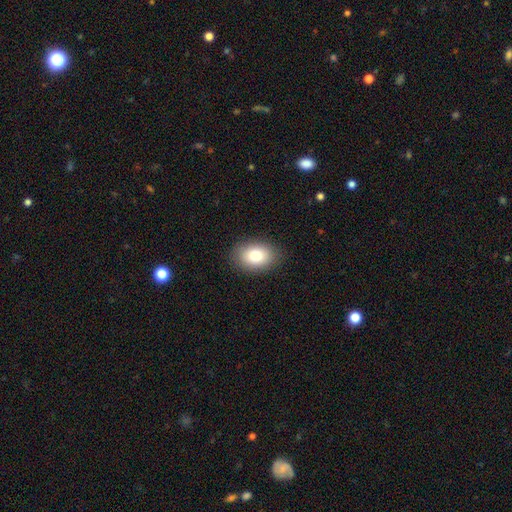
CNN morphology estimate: smooth_or_featured: smooth (p=0.82) [alt: featured or disk p=0.10]
how_rounded: in between (p=0.78) [alt: round p=0.21]
merging: none (p=0.88) [alt: minor disturbance p=0.09]